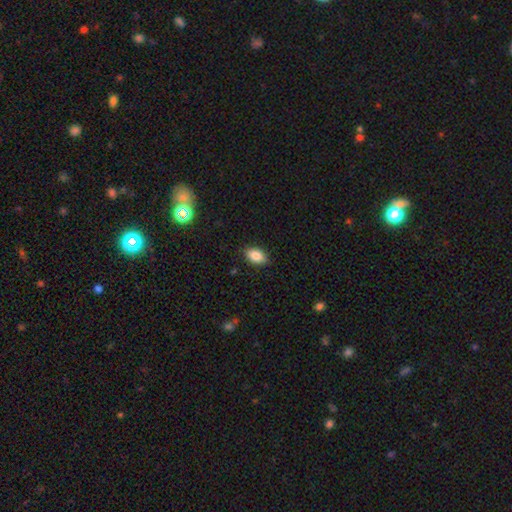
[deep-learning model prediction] Smooth or featured: smooth — 85% (star or artifact — 8%)
How rounded: in between — 89% (round — 8%)
Merging: none — 87% (minor disturbance — 10%)